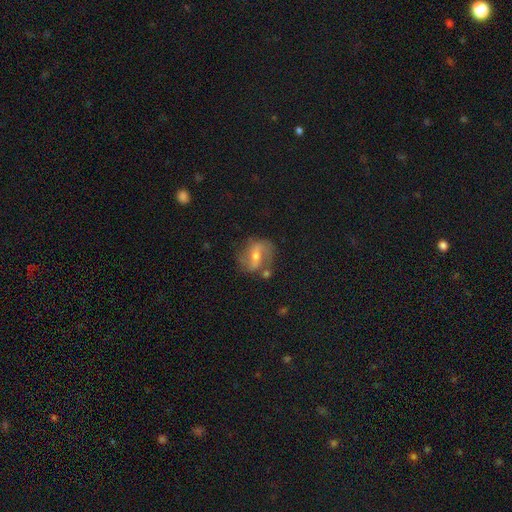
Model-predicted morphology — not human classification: Q: Smooth or featured?
A: featured or disk (72%); runner-up: smooth (19%)
Q: Edge-on disk?
A: no (95%); runner-up: yes (5%)
Q: Bar?
A: strong (39%); tied with: weak (39%)
Q: Spiral arms?
A: yes (88%); runner-up: no (12%)
Q: Spiral winding?
A: loose (44%); runner-up: medium (40%)
Q: Spiral arm count?
A: 2 (83%); runner-up: can't tell (7%)
Q: Bulge size?
A: moderate (51%); runner-up: small (43%)
Q: Merging?
A: none (63%); runner-up: minor disturbance (20%)